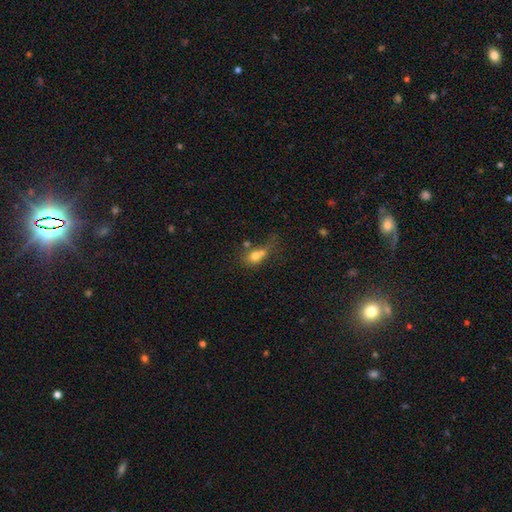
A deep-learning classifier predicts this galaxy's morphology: type=smooth (72%); roundness=round (49%, tied with in between); merging=merger (46%).